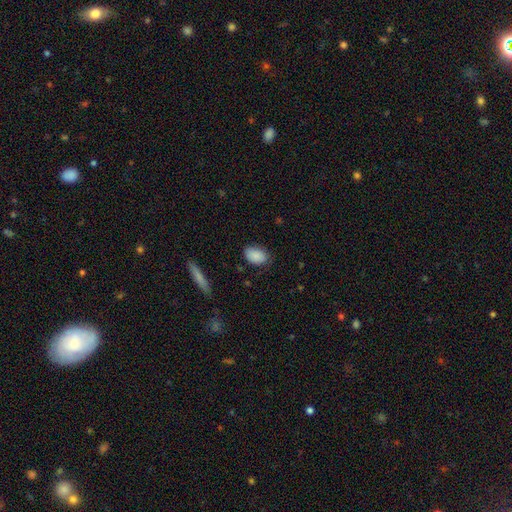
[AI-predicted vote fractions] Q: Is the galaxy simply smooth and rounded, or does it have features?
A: smooth — 88%.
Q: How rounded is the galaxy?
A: in between — 87%.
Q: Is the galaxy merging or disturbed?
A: none — 78%.